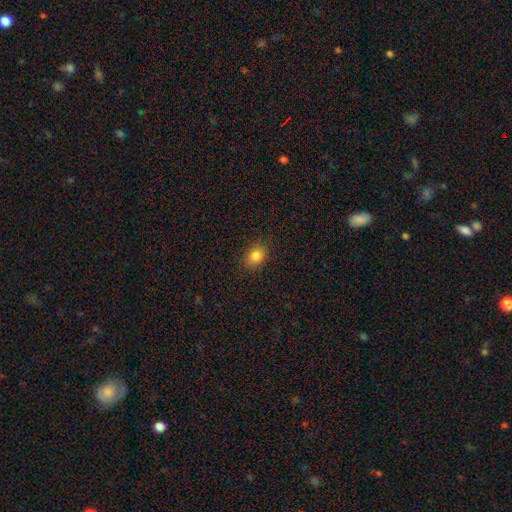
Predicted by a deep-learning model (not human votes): Smooth or featured: smooth — 84% (star or artifact — 11%)
How rounded: in between — 64% (round — 35%)
Merging: none — 87% (minor disturbance — 9%)